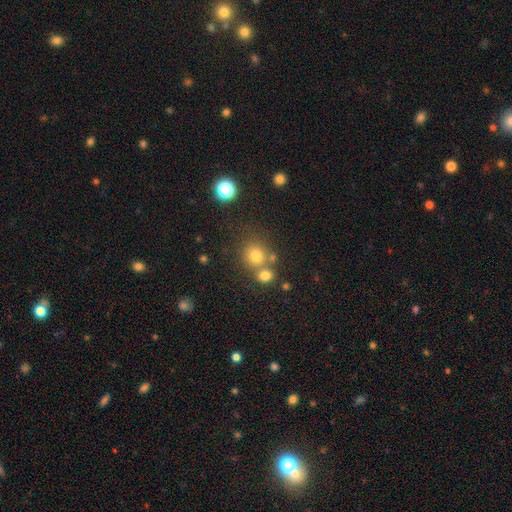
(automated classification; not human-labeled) Smooth or featured? Predicted: smooth (p=0.76). How rounded? Predicted: round (p=0.84). Merging? Predicted: none (p=0.57).